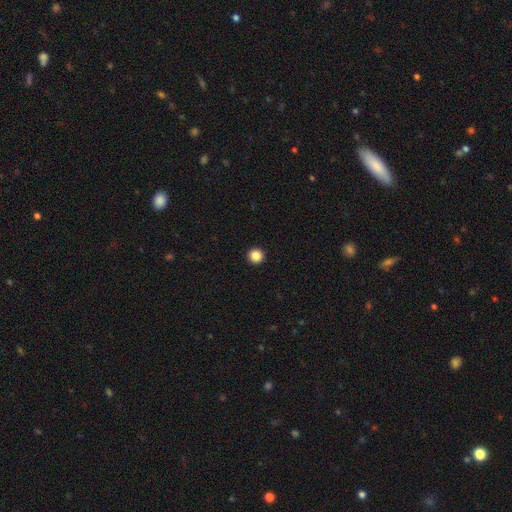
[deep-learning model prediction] Smooth or featured? smooth (86%)
How rounded? round (96%)
Merging? none (95%)